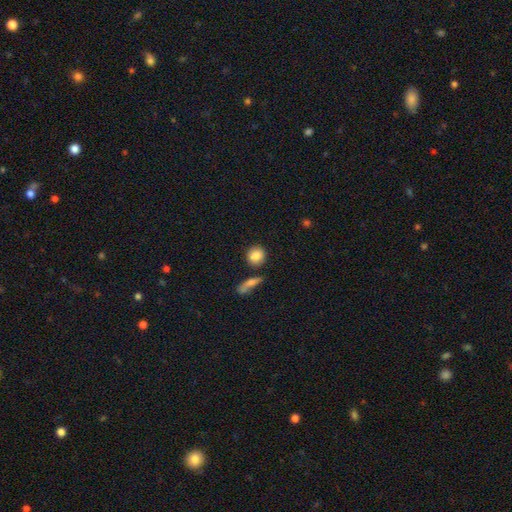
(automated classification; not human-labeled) The model was most divided on "merging": none: 79%, minor disturbance: 10%, merger: 8%, major disturbance: 3%. More confident: smooth or featured — smooth (84%); how rounded — round (84%).